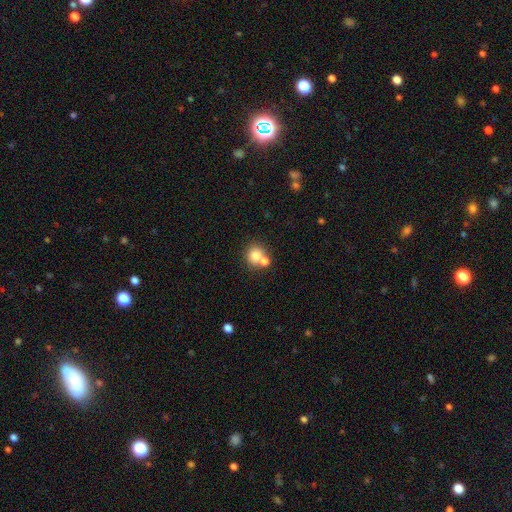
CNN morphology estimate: A smooth galaxy with no disk features (77%) that is round (84%).

Vote fractions:
- Smooth or featured? smooth: 77% / featured or disk: 12% / star or artifact: 11%
- How rounded? round: 84% / in between: 15% / cigar-shaped: 1%
- Merging? none: 50% / merger: 38% / minor disturbance: 8% / major disturbance: 3%